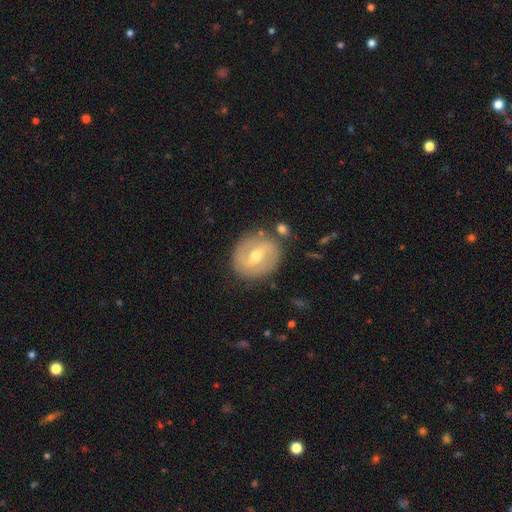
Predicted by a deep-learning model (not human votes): This appears to be a featured or disk galaxy (73%) with a weak bar (50%), 2 (84%) medium (43%) spiral arms (80%) and a moderate central bulge (60%). Merging: none (82%).